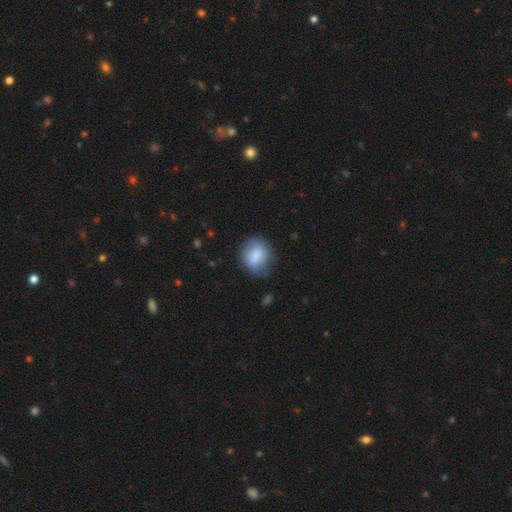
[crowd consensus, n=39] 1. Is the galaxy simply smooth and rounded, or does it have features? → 77% smooth, 15% featured or disk, 8% star or artifact.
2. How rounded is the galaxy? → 67% round, 33% in between, 0% cigar-shaped.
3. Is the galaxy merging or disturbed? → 53% none, 33% minor disturbance, 11% major disturbance, 3% merger.